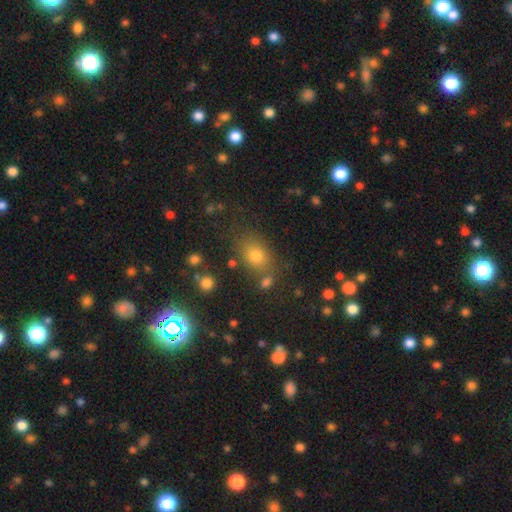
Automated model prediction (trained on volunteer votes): smooth_or_featured: smooth (p=0.71) [alt: star or artifact p=0.19]
how_rounded: in between (p=0.62) [alt: round p=0.36]
merging: none (p=0.73) [alt: minor disturbance p=0.13]